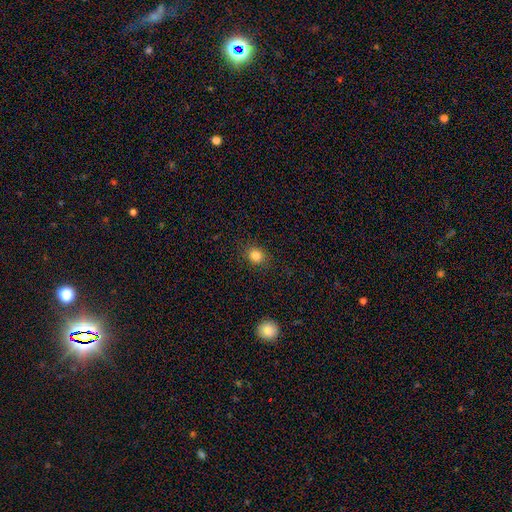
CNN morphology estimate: smooth 83%, star or artifact 12%, featured or disk 5%. Down the decision tree: how rounded — round (69%); merging — none (88%).